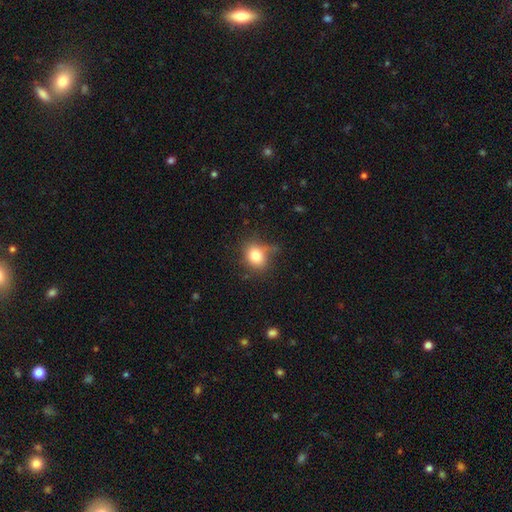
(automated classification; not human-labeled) This appears to be a smooth galaxy with no disk features (79%) that is round (59%). Merging: none (61%).